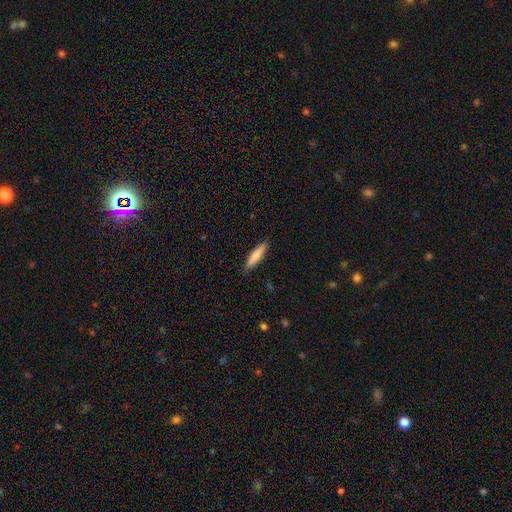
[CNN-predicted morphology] smooth-or-featured: smooth: 75% | featured or disk: 19% | star or artifact: 6%
  how-rounded: cigar-shaped: 79% | in between: 20% | round: 1%
  merging: none: 89% | minor disturbance: 9% | major disturbance: 2% | merger: 1%